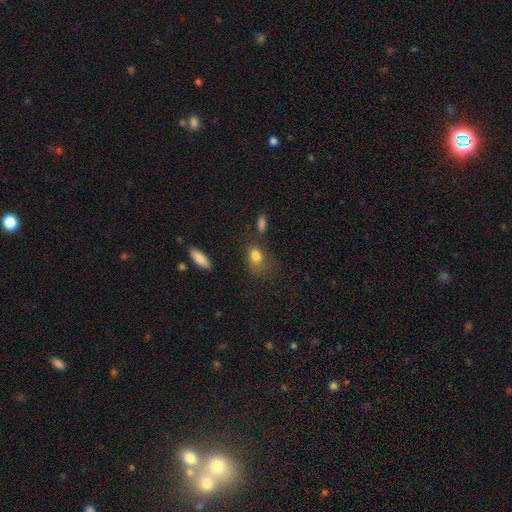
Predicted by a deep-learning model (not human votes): Q: Smooth or featured?
A: smooth (81%); runner-up: star or artifact (10%)
Q: How rounded?
A: in between (75%); runner-up: round (21%)
Q: Merging?
A: none (53%); runner-up: minor disturbance (23%)